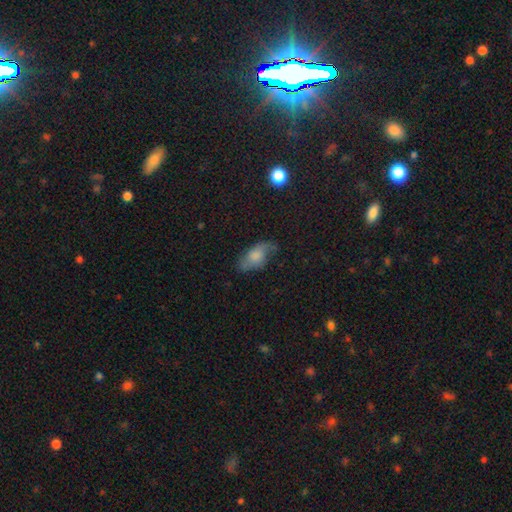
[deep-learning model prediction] This appears to be a smooth galaxy with no disk features (60%) that is in between round and cigar-shaped (89%). Merging: none (59%).